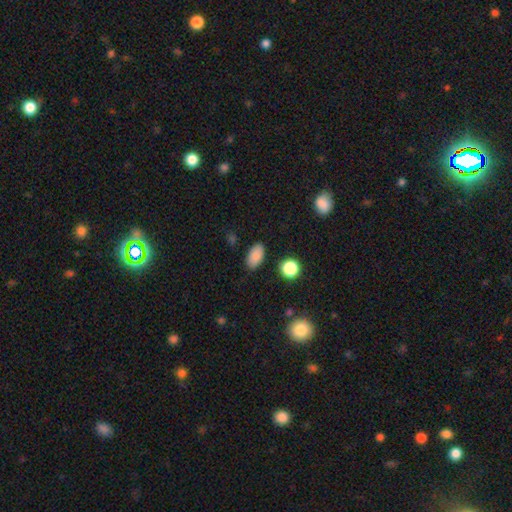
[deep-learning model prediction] smooth 86%, star or artifact 10%, featured or disk 5%. Down the decision tree: how rounded — in between (91%); merging — none (86%).